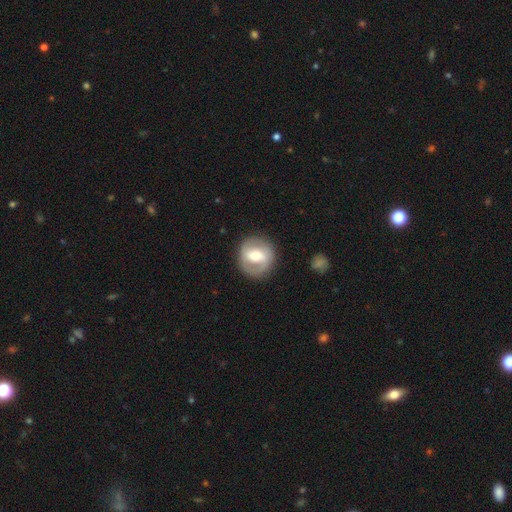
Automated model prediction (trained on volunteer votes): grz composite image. It shows a featured or disk galaxy (63%) with a weak bar (44%), spiral arms (66%) and a moderate central bulge (68%). Merging: none (84%).